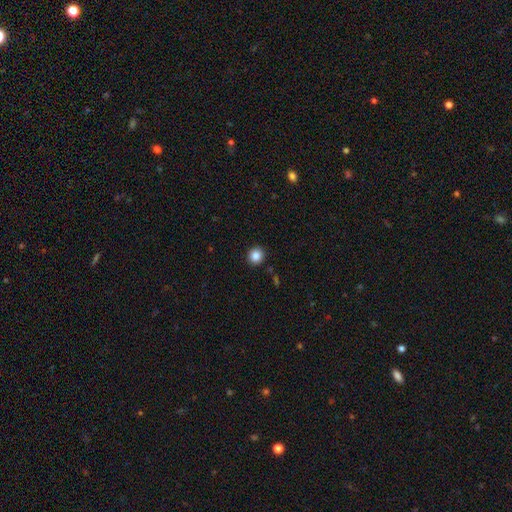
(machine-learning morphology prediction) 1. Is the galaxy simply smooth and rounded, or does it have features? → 85% smooth, 10% star or artifact, 5% featured or disk.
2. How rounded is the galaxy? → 88% round, 11% in between, 1% cigar-shaped.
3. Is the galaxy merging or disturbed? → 92% none, 5% minor disturbance, 2% major disturbance, 1% merger.